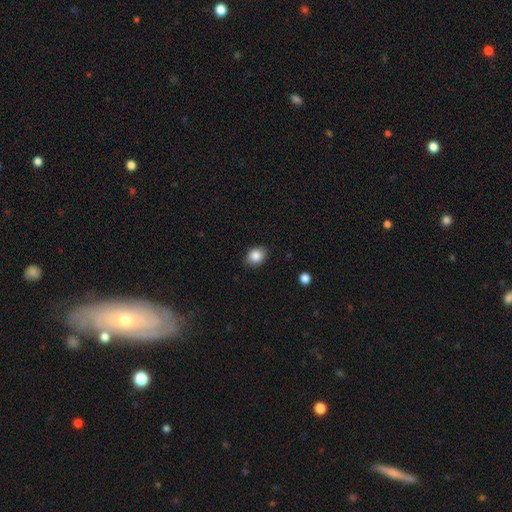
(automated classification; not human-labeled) The model was most divided on "how rounded": in between: 50%, round: 49%, cigar-shaped: 1%. More confident: merging — none (87%); smooth or featured — smooth (87%).